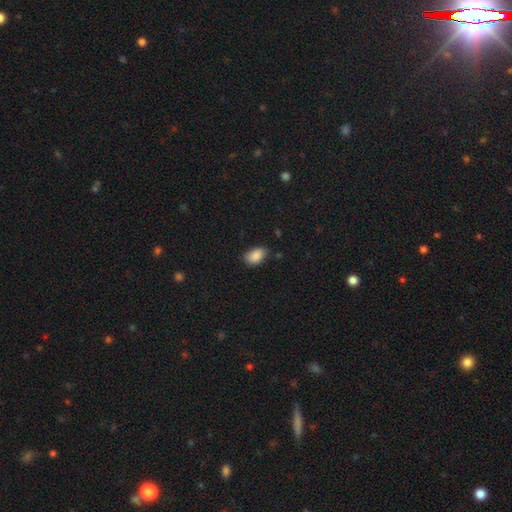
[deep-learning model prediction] Smooth or featured? smooth (87%)
How rounded? in between (90%)
Merging? none (77%)